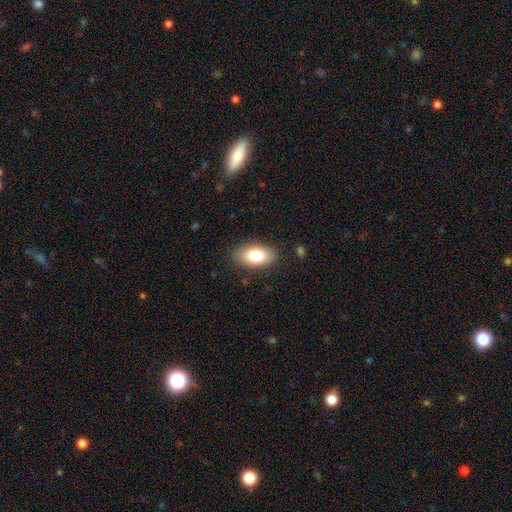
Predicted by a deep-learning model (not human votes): This appears to be a smooth galaxy with no disk features (81%) that is in between round and cigar-shaped (92%). Merging: none (85%).